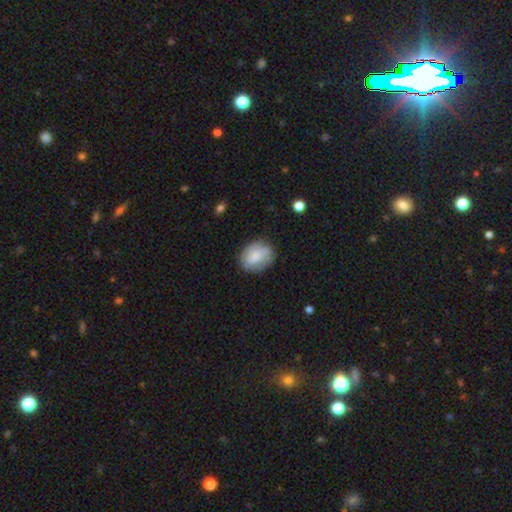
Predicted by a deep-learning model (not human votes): Q: Smooth or featured?
A: smooth (76%); runner-up: featured or disk (17%)
Q: How rounded?
A: in between (60%); runner-up: round (39%)
Q: Merging?
A: none (73%); runner-up: minor disturbance (20%)